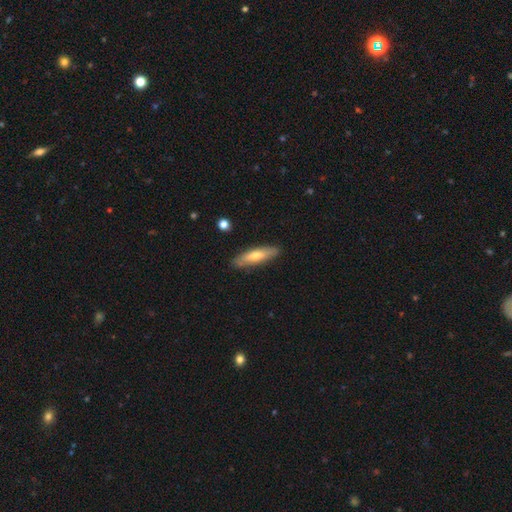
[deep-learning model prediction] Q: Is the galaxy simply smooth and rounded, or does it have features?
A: smooth — 62%.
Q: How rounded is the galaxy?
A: cigar-shaped — 68%.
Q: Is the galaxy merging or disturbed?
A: none — 86%.